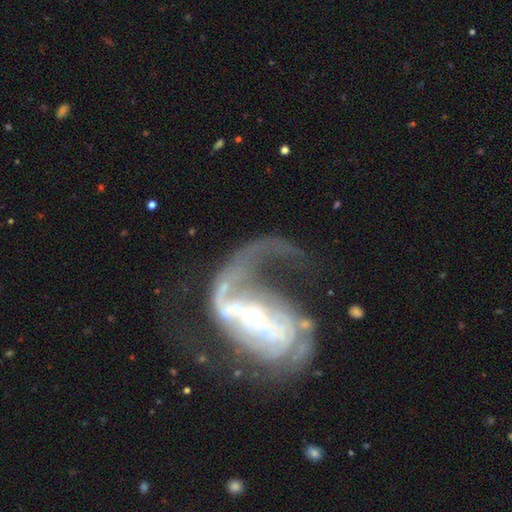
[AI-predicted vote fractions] The model was most divided on "bar": strong: 40%, weak: 35%, no: 25%. Remaining: edge-on disk — no (97%); spiral arms — yes (92%); smooth or featured — featured or disk (87%); bulge size — small (58%); merging — major disturbance (49%); spiral arm count — 2 (48%); spiral winding — loose (46%).